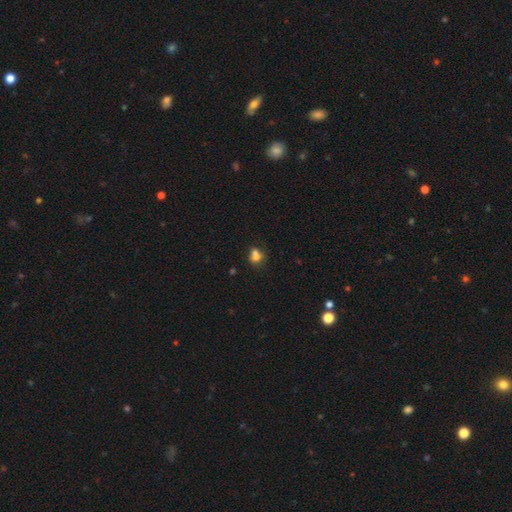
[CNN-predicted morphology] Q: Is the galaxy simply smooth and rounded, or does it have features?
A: smooth — 73%.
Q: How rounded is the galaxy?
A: round — 55%.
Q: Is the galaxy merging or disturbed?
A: merger — 42%.